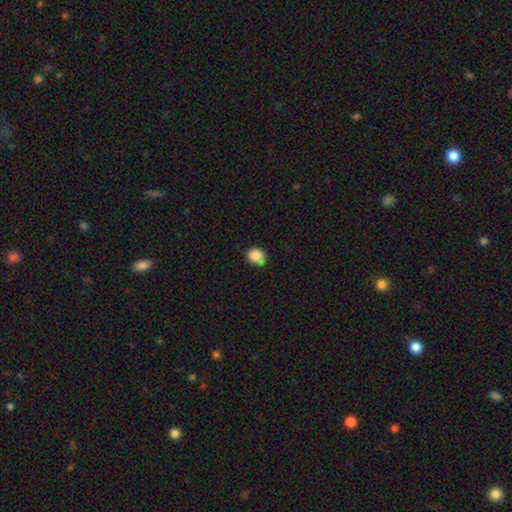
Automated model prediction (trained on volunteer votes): A smooth galaxy with no disk features (86%) that is round (72%). Merging: none (64%).